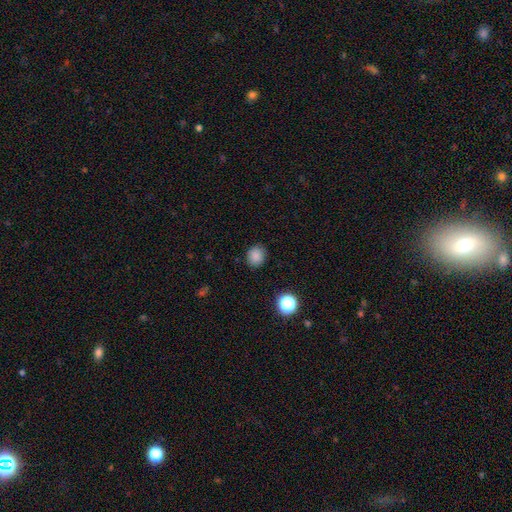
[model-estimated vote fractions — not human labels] This appears to be a smooth galaxy with no disk features (84%) that is round (77%). Merging: none (86%).